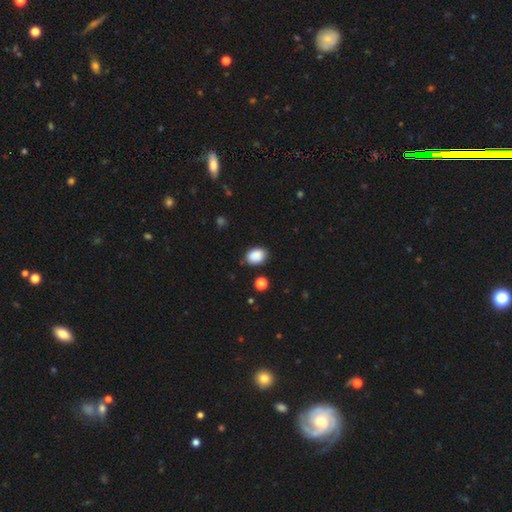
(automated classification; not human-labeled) A smooth galaxy with no disk features (88%) that is in between round and cigar-shaped (74%).

Vote fractions:
- Smooth or featured? smooth: 88% / star or artifact: 8% / featured or disk: 4%
- How rounded? in between: 74% / round: 25% / cigar-shaped: 1%
- Merging? none: 79% / minor disturbance: 15% / major disturbance: 3% / merger: 3%